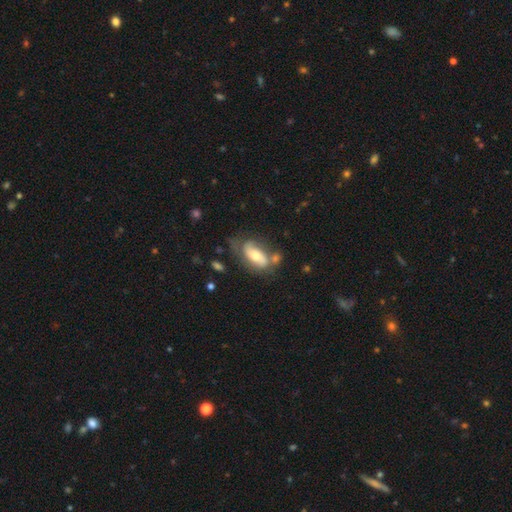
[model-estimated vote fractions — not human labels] A featured or disk galaxy (48%).

Vote fractions:
- Smooth or featured? featured or disk: 48% / smooth: 45% / star or artifact: 7%
- Merging? none: 42% / minor disturbance: 25% / merger: 17% / major disturbance: 16%